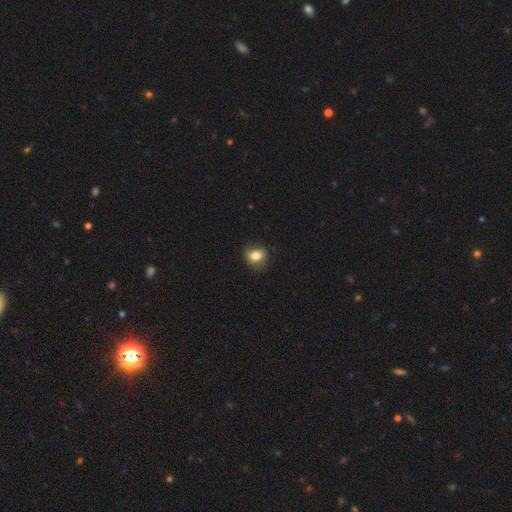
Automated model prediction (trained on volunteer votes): smooth_or_featured: smooth (p=0.81) [alt: star or artifact p=0.10]
how_rounded: round (p=0.53) [alt: in between p=0.46]
merging: none (p=0.75) [alt: minor disturbance p=0.19]